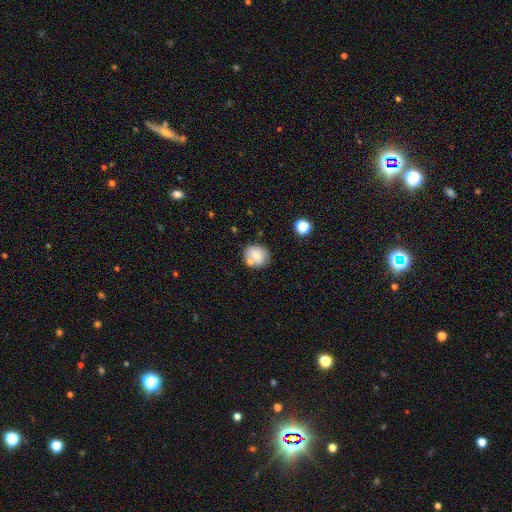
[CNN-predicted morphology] smooth 76%, featured or disk 15%, star or artifact 9%. Down the decision tree: how rounded — round (70%); merging — none (59%).